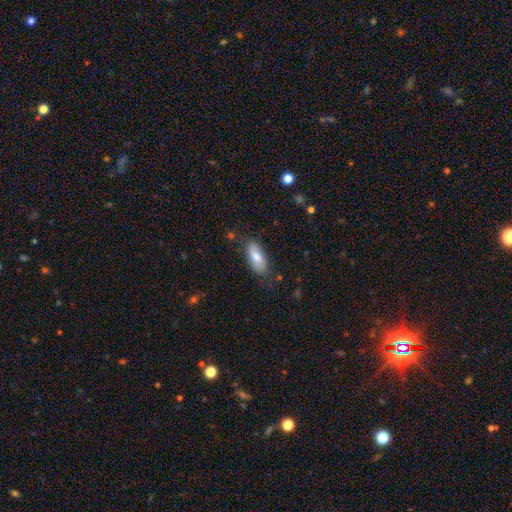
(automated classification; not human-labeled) Smooth or featured?
  - smooth: 72% *
  - featured or disk: 21%
  - star or artifact: 8%
How rounded?
  - in between: 75% *
  - cigar-shaped: 23%
  - round: 2%
Merging?
  - none: 75% *
  - minor disturbance: 19%
  - major disturbance: 4%
  - merger: 2%